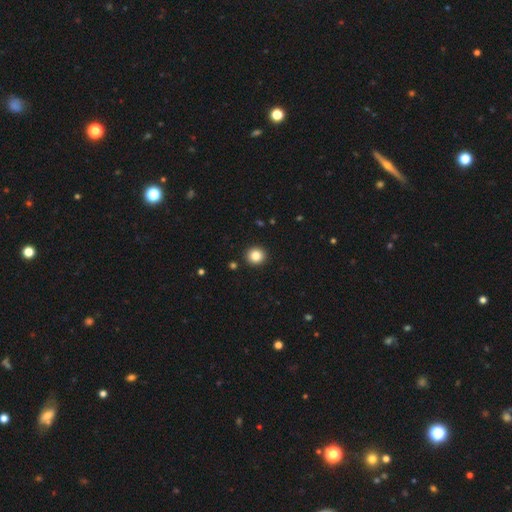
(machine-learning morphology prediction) Q: Smooth or featured?
A: smooth (85%); runner-up: star or artifact (10%)
Q: How rounded?
A: round (93%); runner-up: in between (7%)
Q: Merging?
A: none (93%); runner-up: minor disturbance (4%)